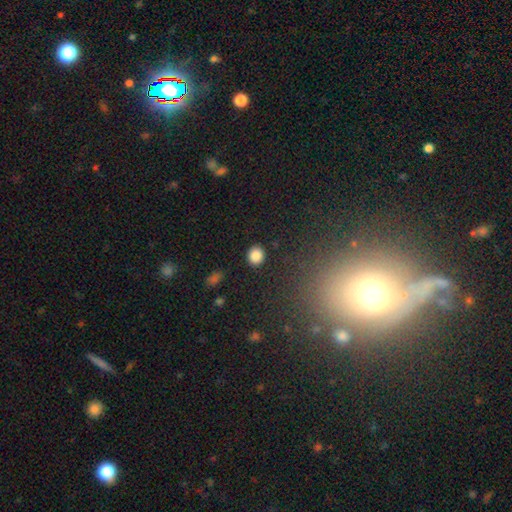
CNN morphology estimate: smooth-or-featured: smooth: 86% | star or artifact: 10% | featured or disk: 4%
  how-rounded: round: 82% | in between: 17% | cigar-shaped: 1%
  merging: none: 91% | minor disturbance: 6% | major disturbance: 2% | merger: 1%